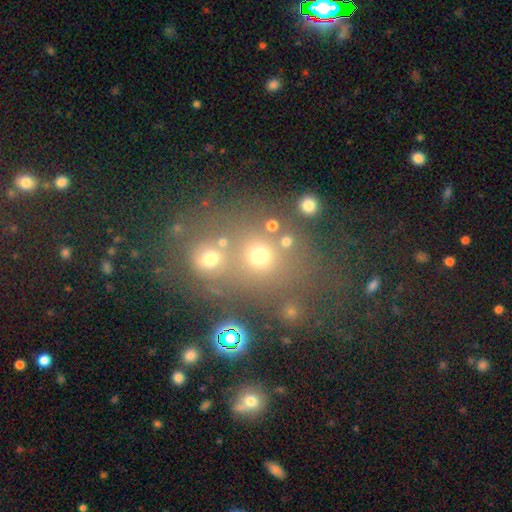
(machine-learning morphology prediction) smooth 54%, star or artifact 31%, featured or disk 14%. Down the decision tree: how rounded — round (76%); merging — none (54%).